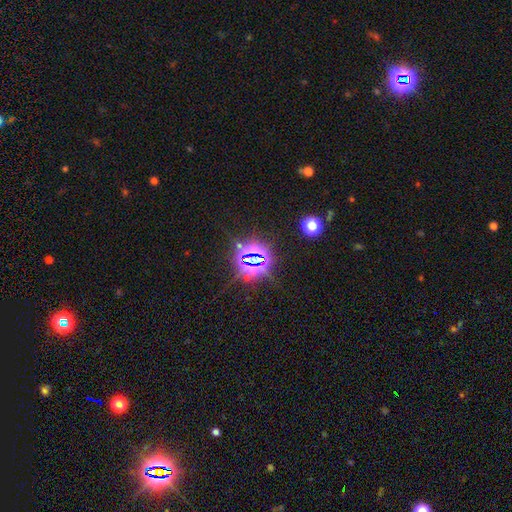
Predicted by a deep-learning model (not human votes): A star or artifact, not a galaxy (82%).